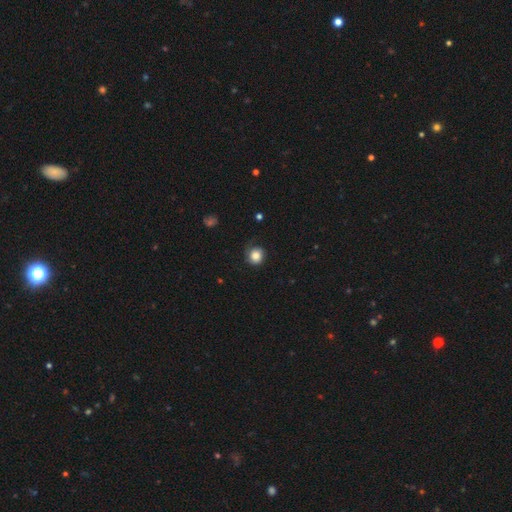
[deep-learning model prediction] Morphology: type=smooth (80%); roundness=round (86%); merging=none (68%).